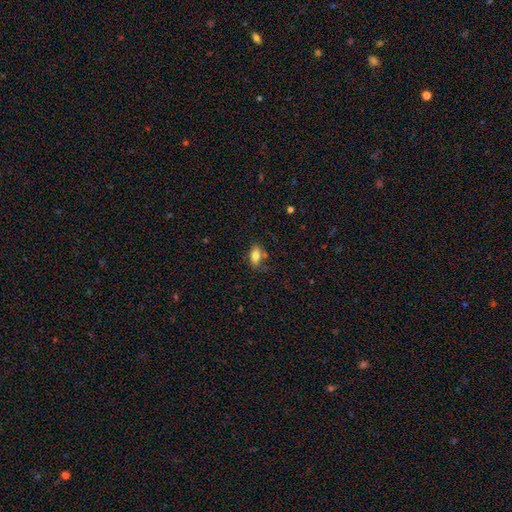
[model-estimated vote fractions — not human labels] smooth_or_featured: smooth (p=0.79) [alt: featured or disk p=0.12]
how_rounded: in between (p=0.87) [alt: round p=0.08]
merging: none (p=0.70) [alt: minor disturbance p=0.18]